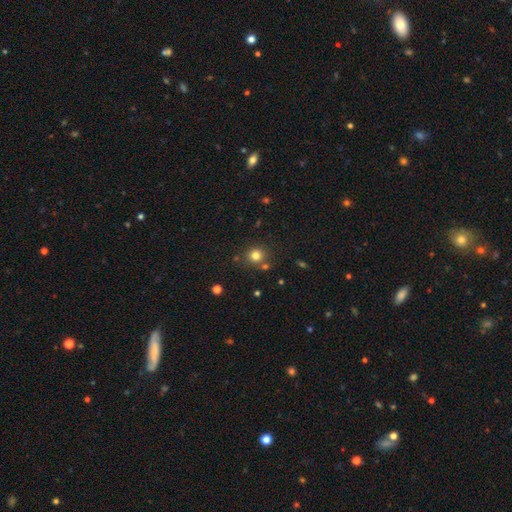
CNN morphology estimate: The model was most divided on "smooth or featured": smooth: 78%, star or artifact: 15%, featured or disk: 7%. More confident: how rounded — round (89%); merging — none (78%).